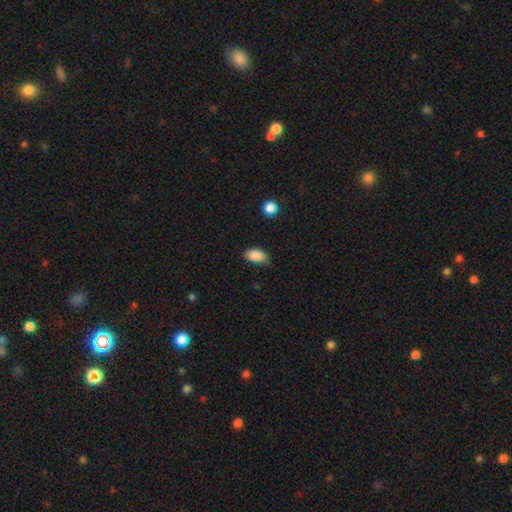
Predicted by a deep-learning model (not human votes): A smooth galaxy with no disk features (87%) that is in between round and cigar-shaped (91%). Merging: none (65%).